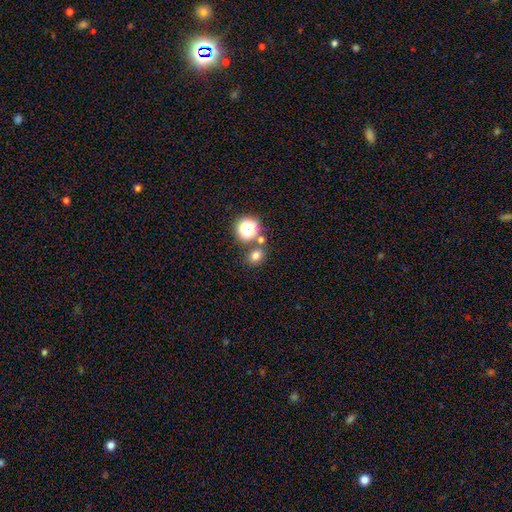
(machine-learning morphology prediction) Smooth or featured? Predicted: smooth (p=0.72). How rounded? Predicted: round (p=0.65). Merging? Predicted: none (p=0.71).